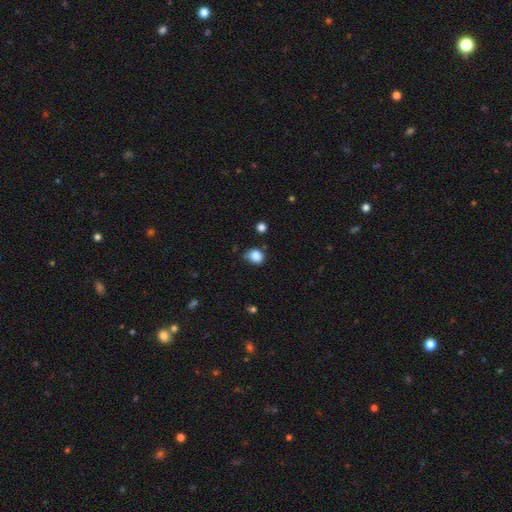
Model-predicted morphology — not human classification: Smooth or featured? smooth (85%)
How rounded? round (66%)
Merging? none (56%)